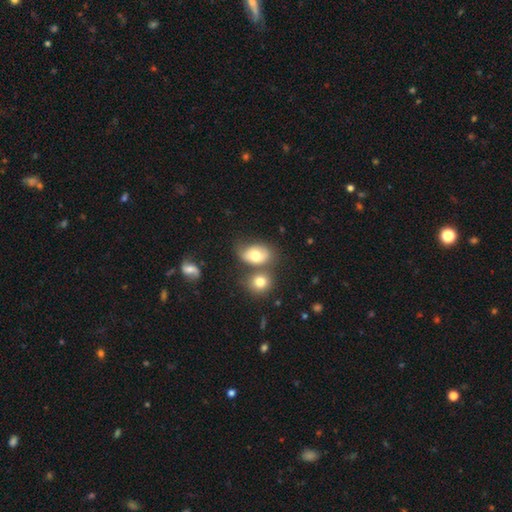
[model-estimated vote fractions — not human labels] Smooth or featured? Predicted: smooth (p=0.66). How rounded? Predicted: in between (p=0.77). Merging? Predicted: none (p=0.44).